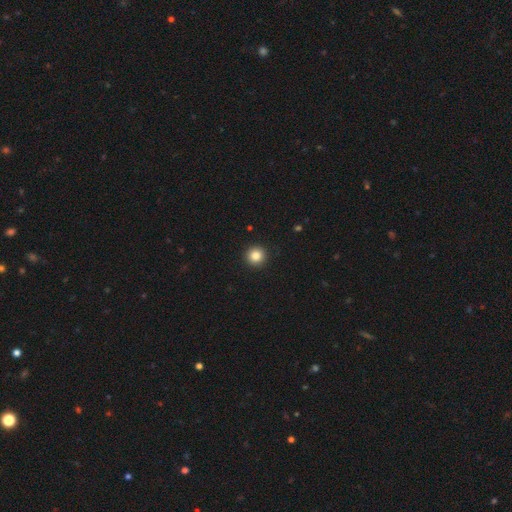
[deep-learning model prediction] This appears to be a smooth galaxy with no disk features (85%) that is round (96%). Merging: none (93%).